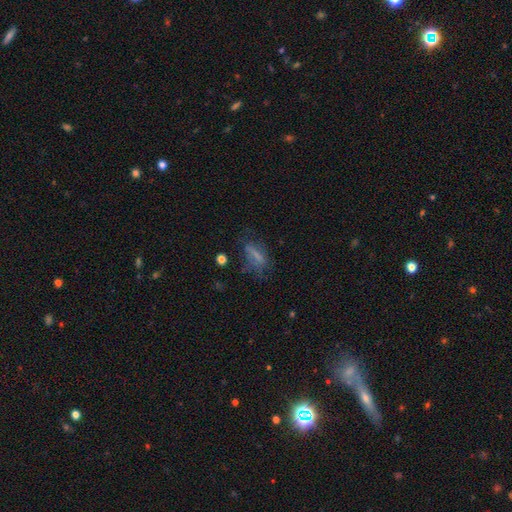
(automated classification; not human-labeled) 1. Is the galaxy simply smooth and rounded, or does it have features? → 53% smooth, 30% featured or disk, 17% star or artifact.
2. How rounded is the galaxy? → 52% in between, 41% cigar-shaped, 7% round.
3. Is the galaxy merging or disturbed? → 47% none, 25% major disturbance, 24% minor disturbance, 4% merger.